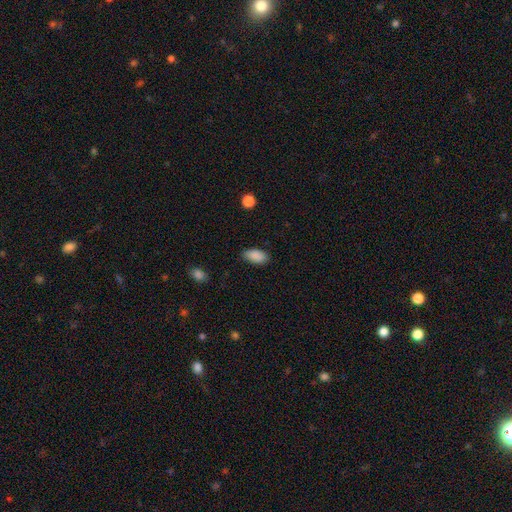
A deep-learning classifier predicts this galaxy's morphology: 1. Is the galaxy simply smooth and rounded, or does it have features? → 89% smooth, 7% star or artifact, 4% featured or disk.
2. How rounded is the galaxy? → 93% in between, 3% cigar-shaped, 3% round.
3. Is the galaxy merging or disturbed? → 83% none, 13% minor disturbance, 3% major disturbance, 1% merger.